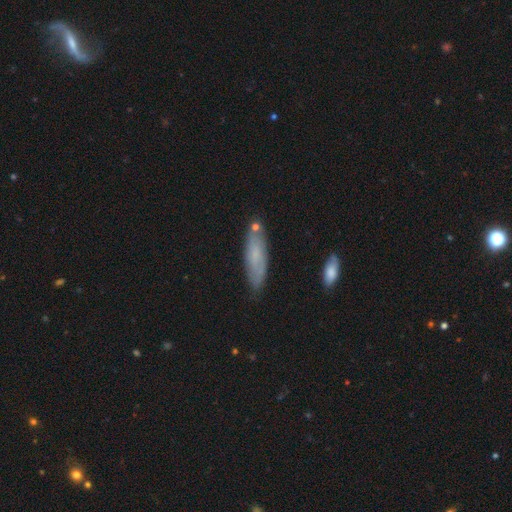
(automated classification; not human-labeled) This is likely a smooth galaxy (63%). How rounded: possibly cigar-shaped (57%). Merging: likely none (74%).